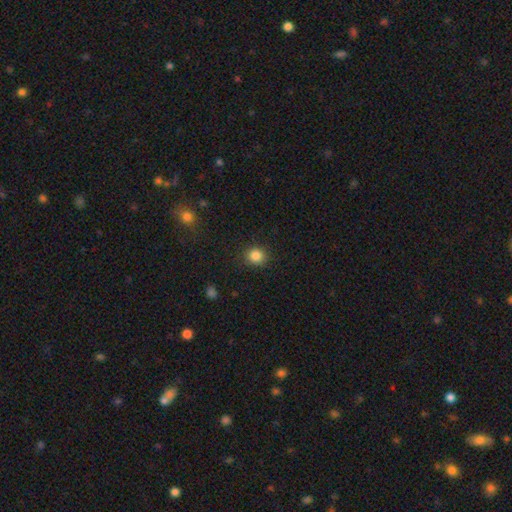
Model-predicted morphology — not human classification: Overall: smooth (85%). How rounded: round (86%). Merging: none (88%).